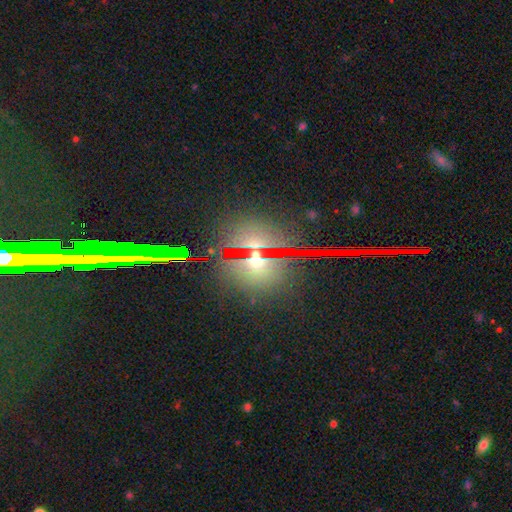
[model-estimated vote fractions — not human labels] Smooth or featured? star or artifact (44%)